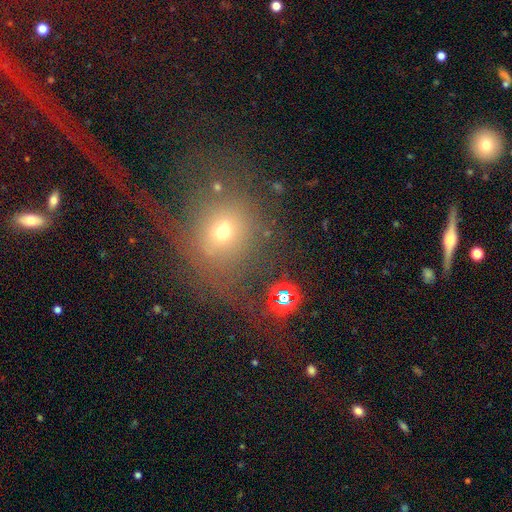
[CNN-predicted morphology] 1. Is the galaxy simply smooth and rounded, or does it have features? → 53% smooth, 28% star or artifact, 20% featured or disk.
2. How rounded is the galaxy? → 75% round, 23% in between, 2% cigar-shaped.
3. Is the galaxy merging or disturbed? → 50% none, 26% major disturbance, 15% minor disturbance, 10% merger.